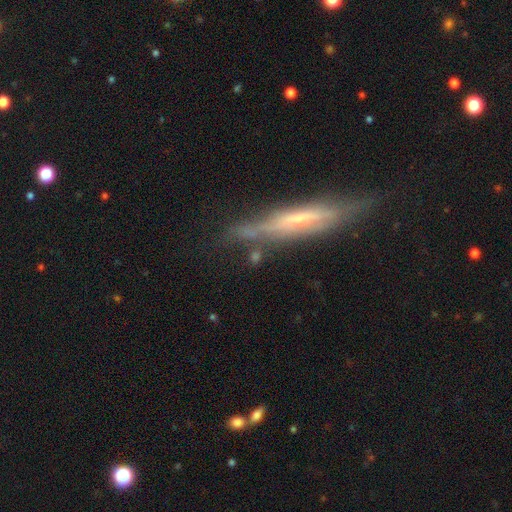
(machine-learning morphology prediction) Smooth or featured? featured or disk (55%)
Edge-on disk? yes (82%)
Merging? none (65%)